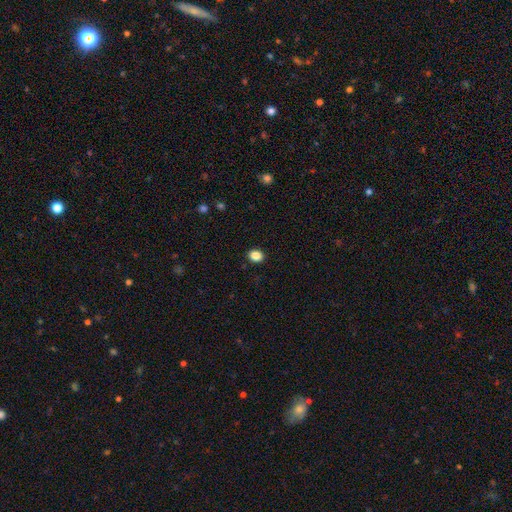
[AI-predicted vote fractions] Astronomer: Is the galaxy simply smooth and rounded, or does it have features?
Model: smooth — 87%.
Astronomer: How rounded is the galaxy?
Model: round — 53% (runner-up: in between, 46%).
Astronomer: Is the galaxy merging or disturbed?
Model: none — 90%.